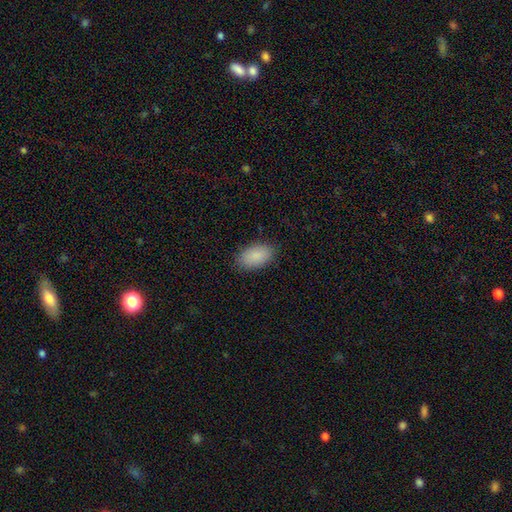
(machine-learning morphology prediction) smooth-or-featured: smooth: 89% | star or artifact: 7% | featured or disk: 4%
  how-rounded: in between: 94% | round: 4% | cigar-shaped: 2%
  merging: none: 87% | minor disturbance: 10% | major disturbance: 2% | merger: 1%